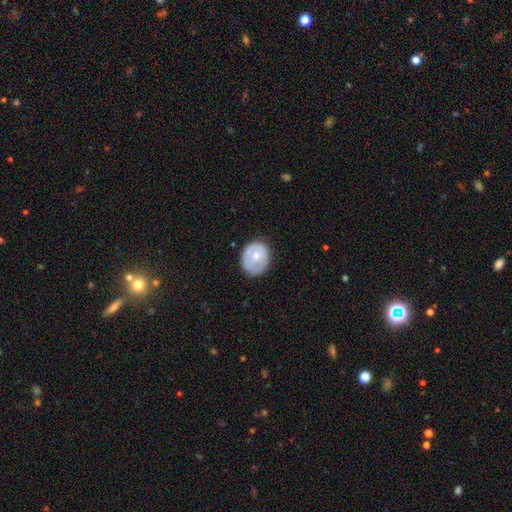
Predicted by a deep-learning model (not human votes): This is likely a smooth galaxy (61%). How rounded: possibly round (59%). Merging: likely none (69%).